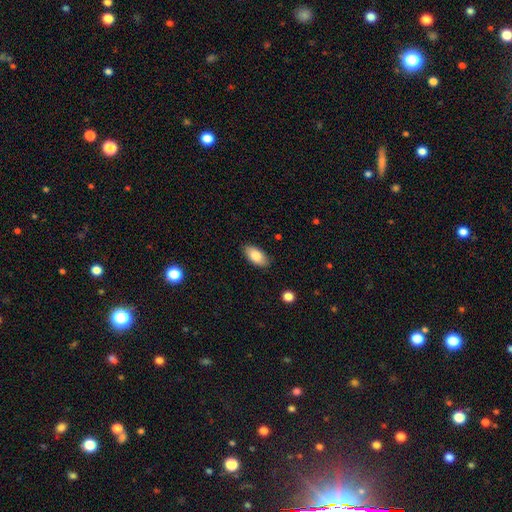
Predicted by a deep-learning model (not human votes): Smooth or featured? Predicted: smooth (p=0.83). How rounded? Predicted: in between (p=0.92). Merging? Predicted: none (p=0.86).